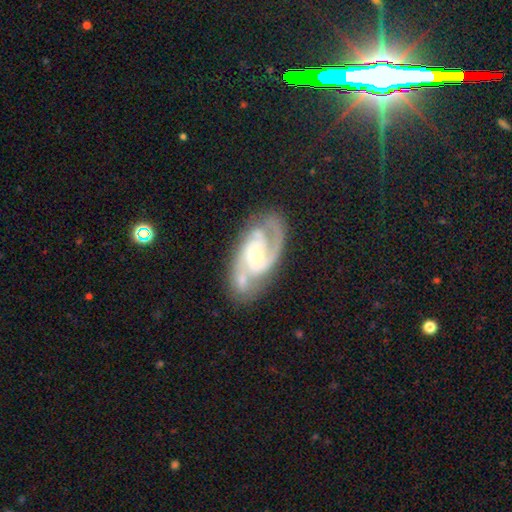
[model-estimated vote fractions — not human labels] Q: Smooth or featured?
A: featured or disk (91%); runner-up: smooth (5%)
Q: Edge-on disk?
A: no (96%); runner-up: yes (4%)
Q: Bar?
A: no (55%); runner-up: weak (34%)
Q: Spiral arms?
A: yes (98%); runner-up: no (2%)
Q: Spiral winding?
A: medium (48%); runner-up: tight (43%)
Q: Spiral arm count?
A: 2 (67%); runner-up: 3 (21%)
Q: Bulge size?
A: moderate (52%); runner-up: small (43%)
Q: Merging?
A: none (71%); runner-up: minor disturbance (17%)